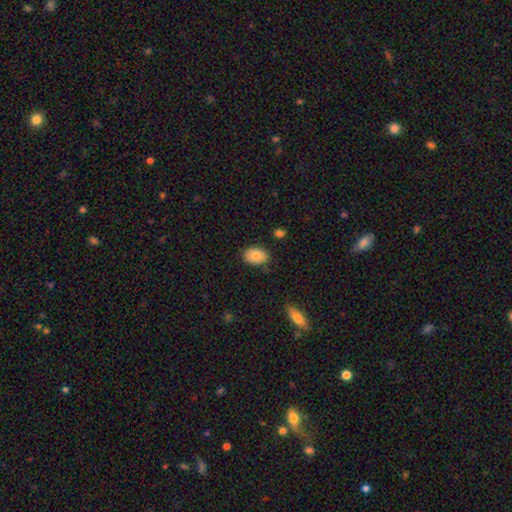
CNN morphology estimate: smooth-or-featured: smooth: 81% | featured or disk: 12% | star or artifact: 7%
  how-rounded: in between: 85% | round: 14% | cigar-shaped: 1%
  merging: none: 80% | minor disturbance: 16% | major disturbance: 3% | merger: 2%